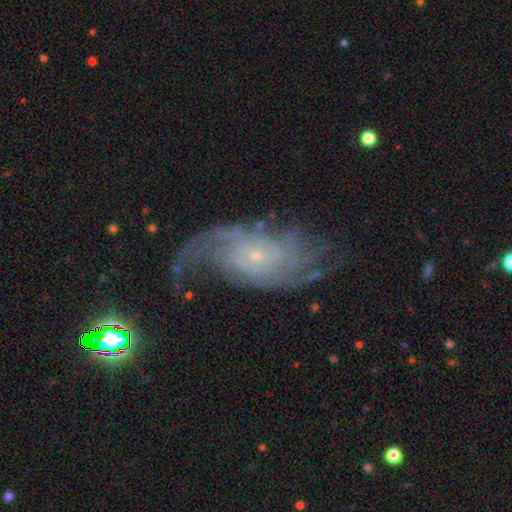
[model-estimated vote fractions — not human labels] Smooth or featured? featured or disk (87%)
Edge-on disk? no (96%)
Bar? no (73%)
Spiral arms? yes (96%)
Spiral winding? tight (42%)
Spiral arm count? 2 (37%)
Bulge size? small (81%)
Merging? none (60%)